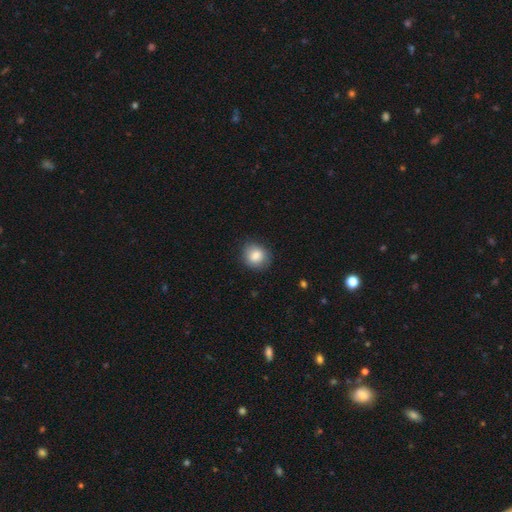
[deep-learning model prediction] smooth 84%, featured or disk 8%, star or artifact 8%. Down the decision tree: how rounded — round (74%); merging — none (81%).